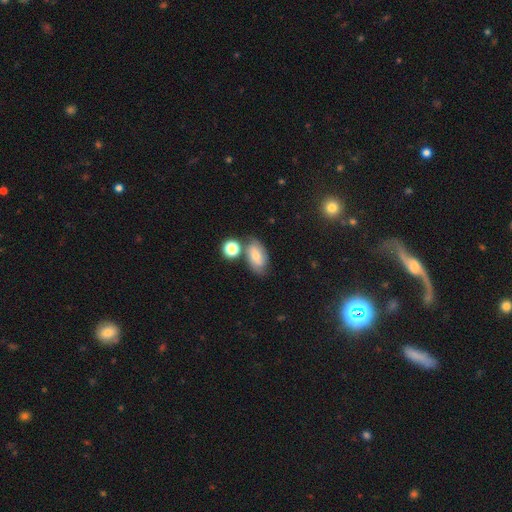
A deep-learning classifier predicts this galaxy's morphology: Smooth or featured: smooth — 54% (featured or disk — 35%)
How rounded: in between — 85% (round — 12%)
Merging: none — 60% (minor disturbance — 18%)